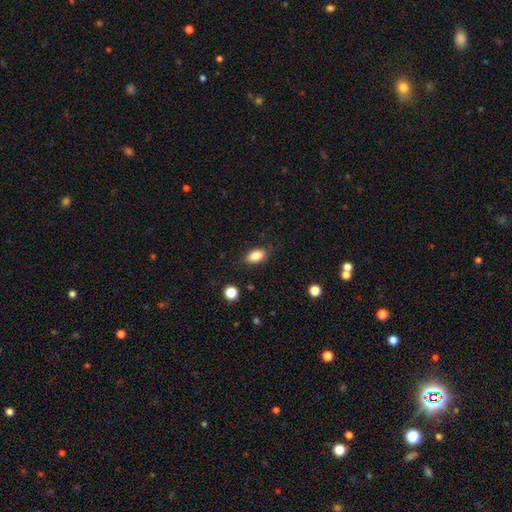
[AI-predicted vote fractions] Q: Smooth or featured?
A: smooth (85%); runner-up: star or artifact (9%)
Q: How rounded?
A: in between (89%); runner-up: round (8%)
Q: Merging?
A: none (84%); runner-up: minor disturbance (12%)